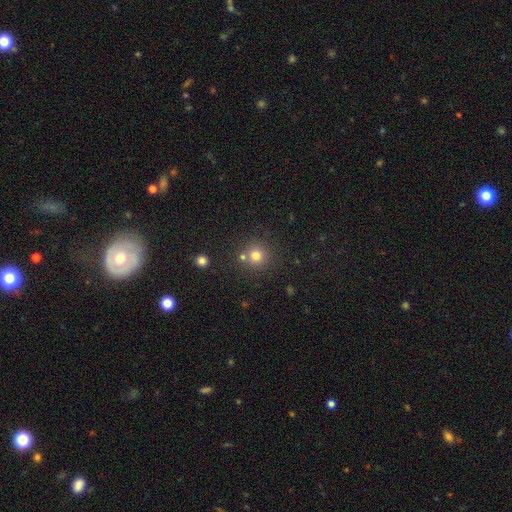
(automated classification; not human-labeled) smooth-or-featured: smooth: 76% | star or artifact: 15% | featured or disk: 8%
  how-rounded: round: 94% | in between: 5% | cigar-shaped: 1%
  merging: none: 75% | merger: 15% | minor disturbance: 7% | major disturbance: 3%